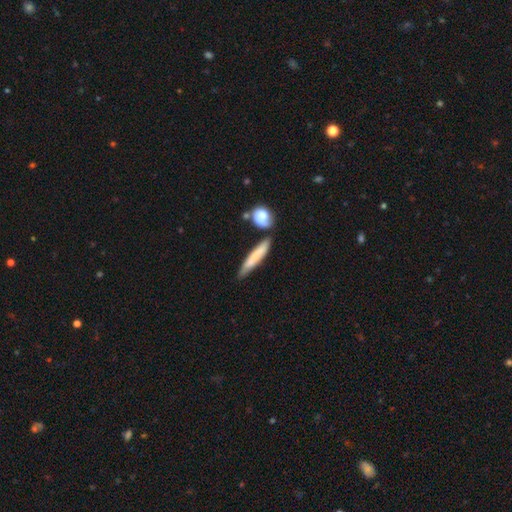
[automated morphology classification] Smooth or featured? smooth (67%)
How rounded? cigar-shaped (87%)
Merging? none (62%)